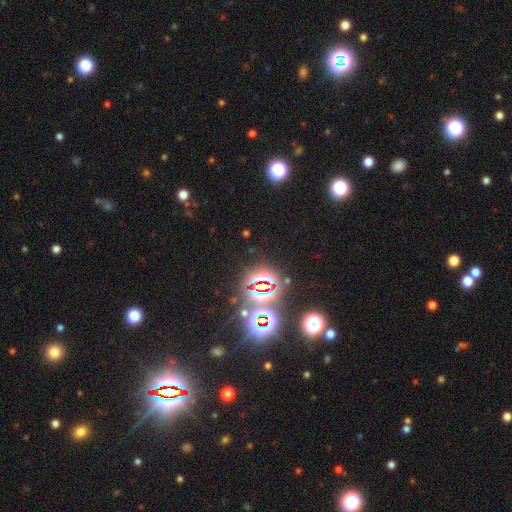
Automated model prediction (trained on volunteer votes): This is likely a star or artifact rather than a galaxy (78%).